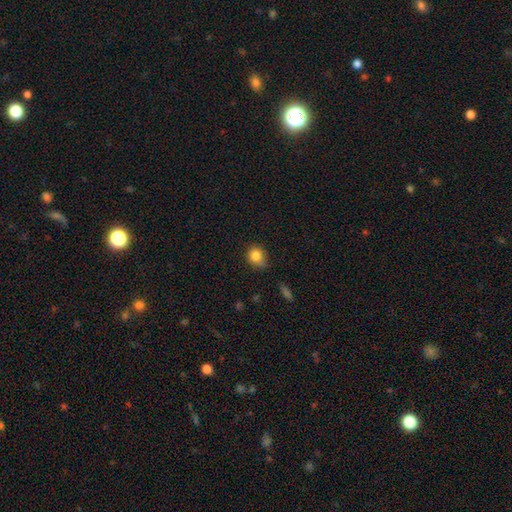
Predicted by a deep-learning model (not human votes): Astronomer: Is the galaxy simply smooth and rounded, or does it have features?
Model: smooth — 83%.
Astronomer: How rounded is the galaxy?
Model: round — 75%.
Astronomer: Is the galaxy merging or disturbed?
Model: none — 64%.